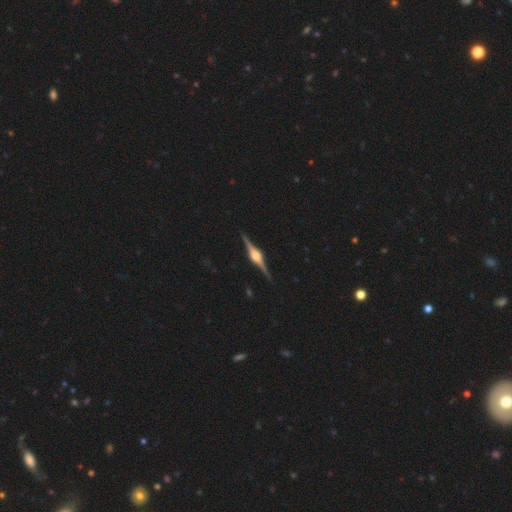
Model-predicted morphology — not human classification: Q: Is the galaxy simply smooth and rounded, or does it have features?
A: featured or disk — 90%.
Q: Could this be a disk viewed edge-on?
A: yes — 99%.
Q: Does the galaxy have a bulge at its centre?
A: rounded — 90%.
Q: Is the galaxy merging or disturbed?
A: none — 91%.